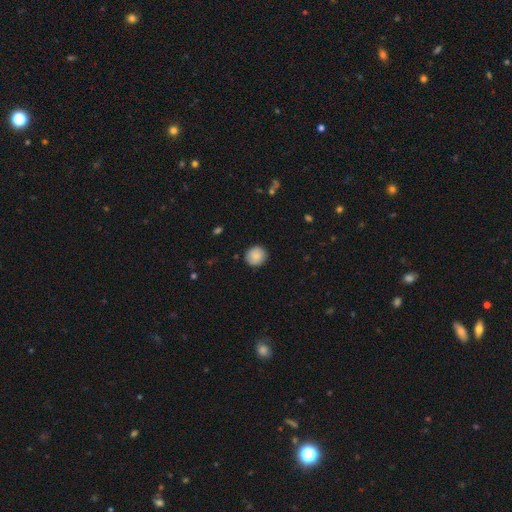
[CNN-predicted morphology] Smooth or featured? Predicted: smooth (p=0.87). How rounded? Predicted: round (p=0.89). Merging? Predicted: none (p=0.89).